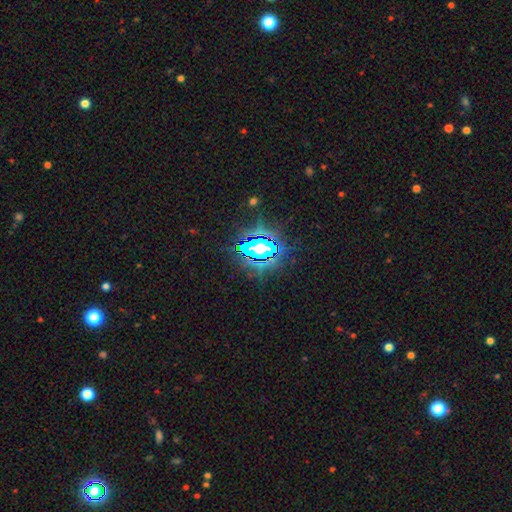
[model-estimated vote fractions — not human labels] Overall: star or artifact (75%).